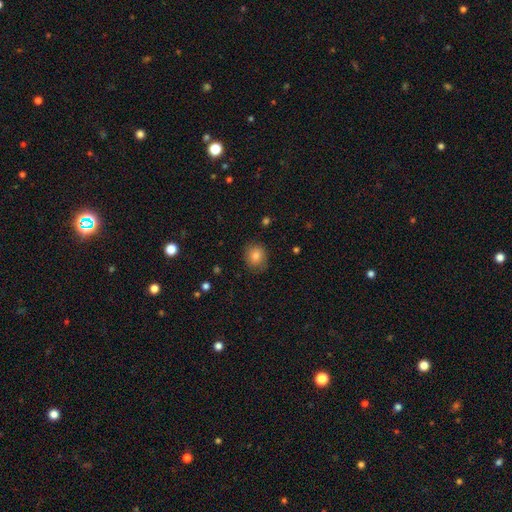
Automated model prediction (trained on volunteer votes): A smooth galaxy with no disk features (80%) that is round (71%).

Vote fractions:
- Smooth or featured? smooth: 80% / star or artifact: 10% / featured or disk: 10%
- How rounded? round: 71% / in between: 28% / cigar-shaped: 1%
- Merging? none: 81% / minor disturbance: 14% / major disturbance: 4% / merger: 1%